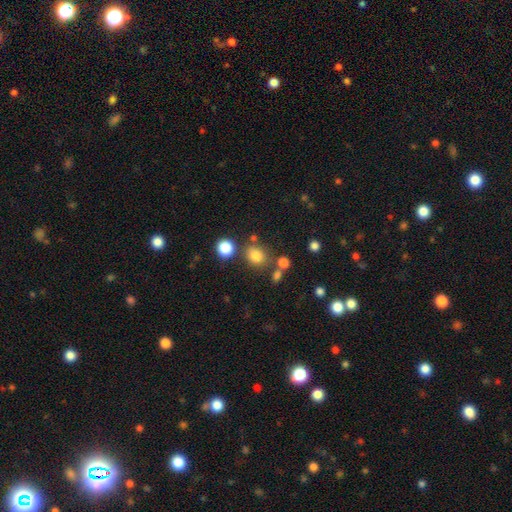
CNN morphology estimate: The model was most divided on "how rounded": round: 68%, in between: 31%, cigar-shaped: 1%. More confident: smooth or featured — smooth (79%); merging — none (72%).